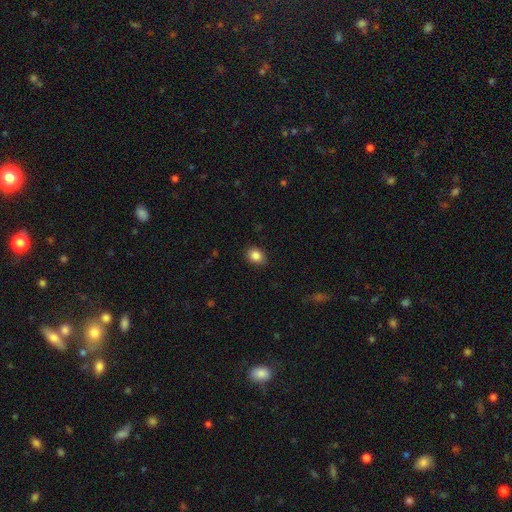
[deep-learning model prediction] A smooth galaxy with no disk features (86%) that is in between round and cigar-shaped (61%).

Vote fractions:
- Smooth or featured? smooth: 86% / star or artifact: 9% / featured or disk: 5%
- How rounded? in between: 61% / round: 38% / cigar-shaped: 1%
- Merging? none: 87% / minor disturbance: 10% / major disturbance: 2% / merger: 1%